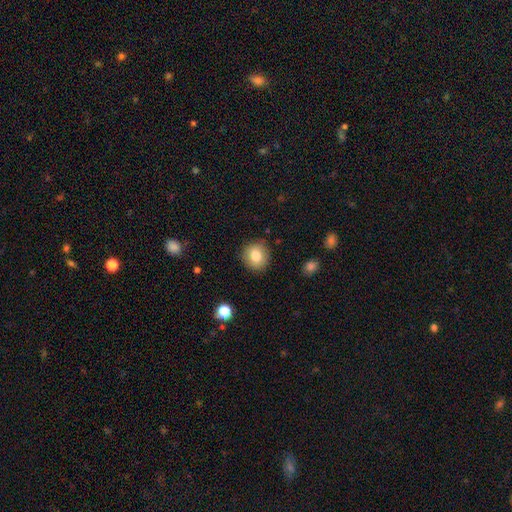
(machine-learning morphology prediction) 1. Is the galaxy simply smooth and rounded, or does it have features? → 81% smooth, 9% featured or disk, 9% star or artifact.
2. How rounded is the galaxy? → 84% round, 15% in between, 1% cigar-shaped.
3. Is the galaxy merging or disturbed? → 86% none, 10% minor disturbance, 2% major disturbance, 1% merger.